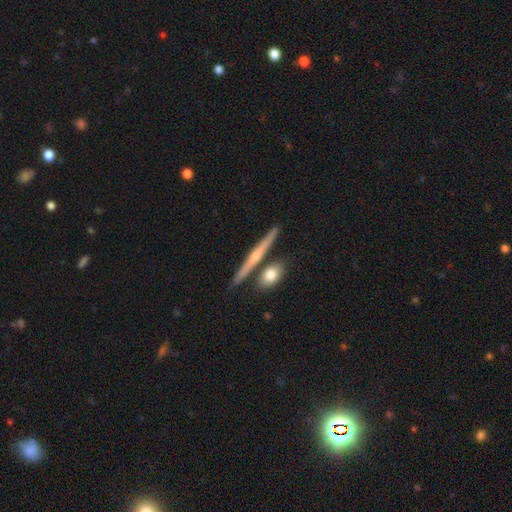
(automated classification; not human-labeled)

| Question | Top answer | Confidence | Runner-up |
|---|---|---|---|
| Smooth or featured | featured or disk | 57% | smooth (36%) |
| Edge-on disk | yes | 95% | no (5%) |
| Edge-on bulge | rounded | 61% | none (33%) |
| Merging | none | 78% | merger (12%) |